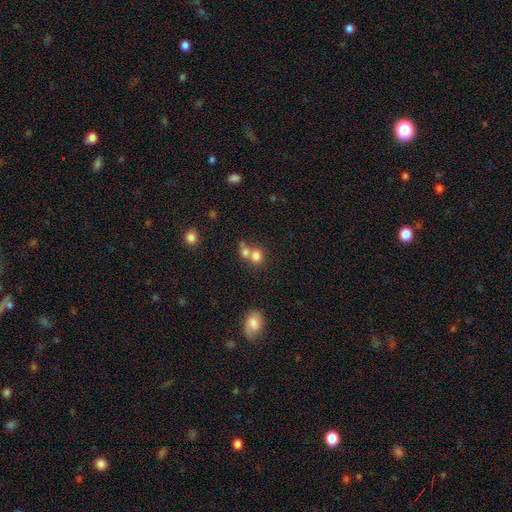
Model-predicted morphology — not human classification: Smooth or featured?
  - smooth: 78% *
  - star or artifact: 12%
  - featured or disk: 11%
How rounded?
  - round: 69% *
  - in between: 30%
  - cigar-shaped: 1%
Merging?
  - merger: 56% *
  - none: 33%
  - minor disturbance: 7%
  - major disturbance: 4%